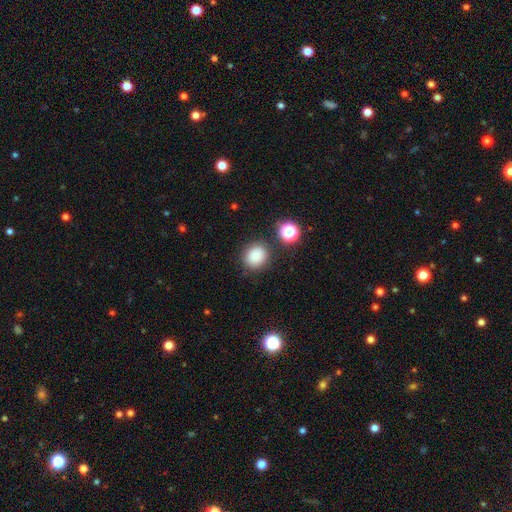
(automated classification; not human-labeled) This is clearly a smooth galaxy (82%). How rounded: likely round (77%). Merging: clearly none (83%).